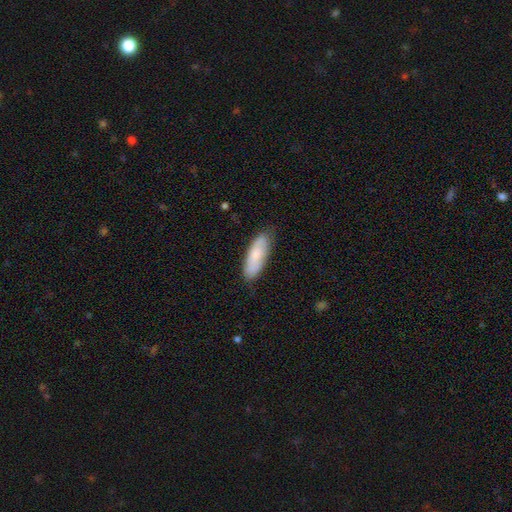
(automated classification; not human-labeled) smooth 74%, featured or disk 20%, star or artifact 6%. Down the decision tree: how rounded — in between (62%); merging — none (80%).